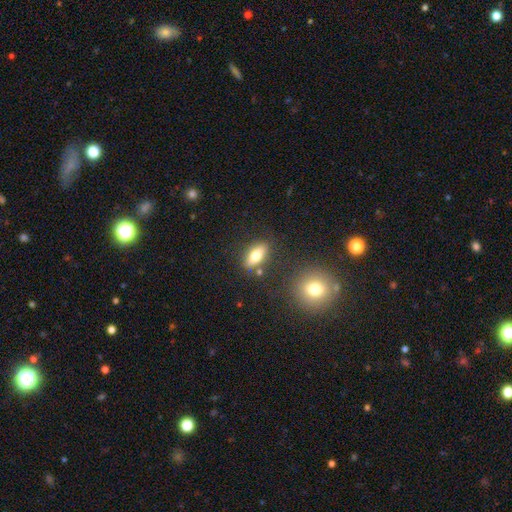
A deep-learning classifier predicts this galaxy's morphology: Overall: smooth (62%; featured or disk 24%). How rounded: in between (71%). Merging: none (83%).